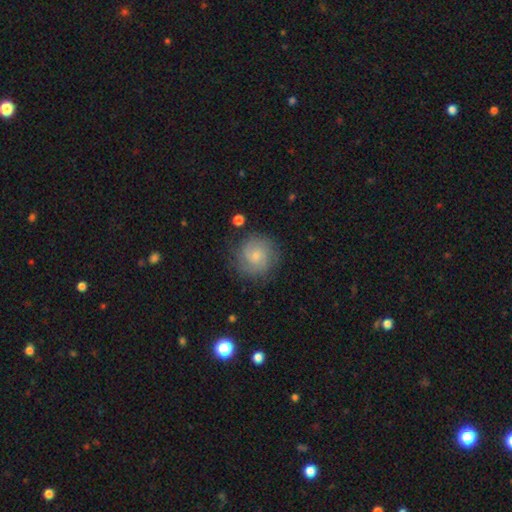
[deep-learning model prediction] The model was most divided on "spiral arm count": 2: 33%, can't tell: 32%, 3: 18%, 4: 7%, 1: 5%, more than 4: 5%. More confident: edge-on disk — no (98%); spiral arms — yes (90%); merging — none (80%); bar — no (72%); bulge size — small (65%); spiral winding — tight (57%); smooth or featured — featured or disk (57%).